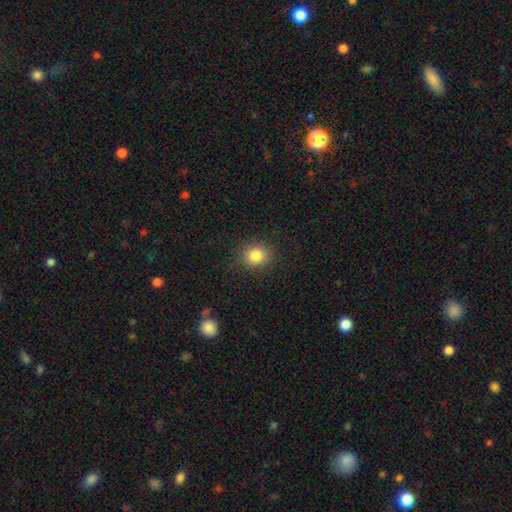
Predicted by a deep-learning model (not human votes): Morphology: type=smooth (83%); roundness=round (84%); merging=none (89%).